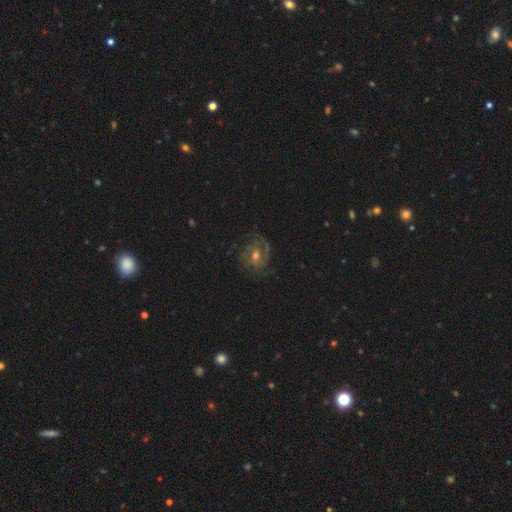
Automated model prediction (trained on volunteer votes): smooth_or_featured: featured or disk (p=0.78) [alt: smooth p=0.12]
disk_edge_on: no (p=0.97) [alt: yes p=0.03]
bar: no (p=0.50) [alt: weak p=0.39]
has_spiral_arms: yes (p=0.93) [alt: no p=0.07]
spiral_winding: tight (p=0.47) [alt: medium p=0.41]
spiral_arm_count: 2 (p=0.40) [alt: can't tell p=0.23]
bulge_size: moderate (p=0.63) [alt: small p=0.31]
merging: none (p=0.71) [alt: minor disturbance p=0.17]